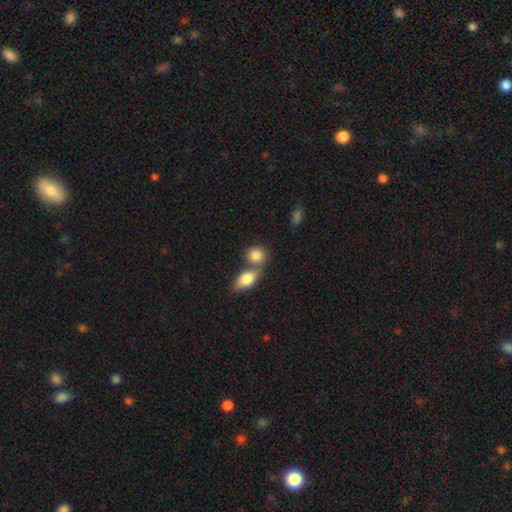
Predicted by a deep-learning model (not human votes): smooth_or_featured: smooth (p=0.84) [alt: featured or disk p=0.09]
how_rounded: round (p=0.54) [alt: in between p=0.44]
merging: merger (p=0.48) [alt: none p=0.40]